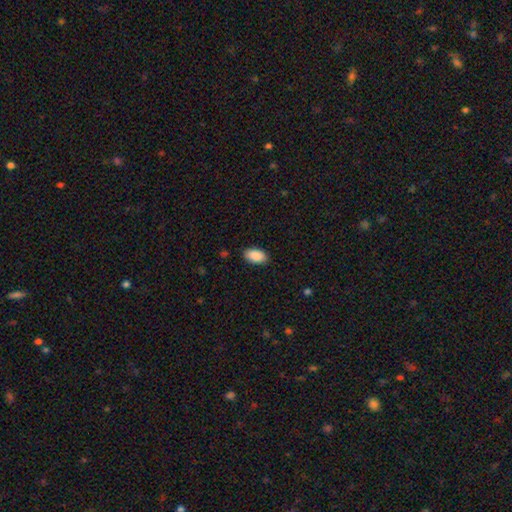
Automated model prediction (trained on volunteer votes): Q: Smooth or featured?
A: smooth (90%); runner-up: star or artifact (6%)
Q: How rounded?
A: in between (94%); runner-up: round (3%)
Q: Merging?
A: none (87%); runner-up: minor disturbance (10%)